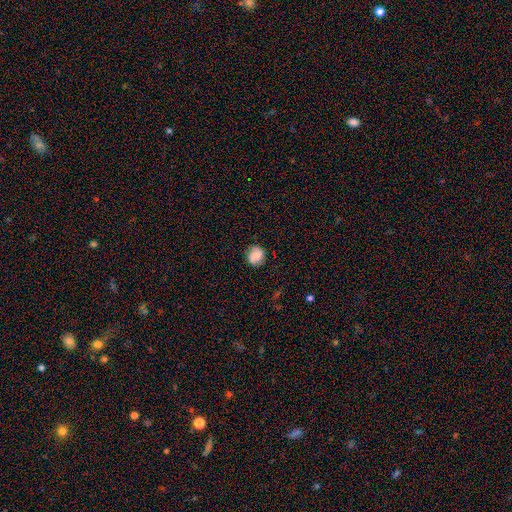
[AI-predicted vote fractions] The model was most divided on "smooth or featured": smooth: 72%, featured or disk: 19%, star or artifact: 9%. More confident: how rounded — round (80%); merging — none (80%).